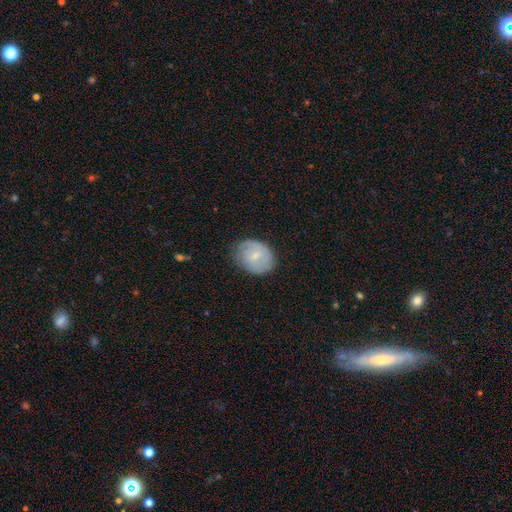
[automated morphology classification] The model was most divided on "how rounded": in between: 51%, round: 48%, cigar-shaped: 1%. More confident: merging — none (72%); smooth or featured — smooth (55%).